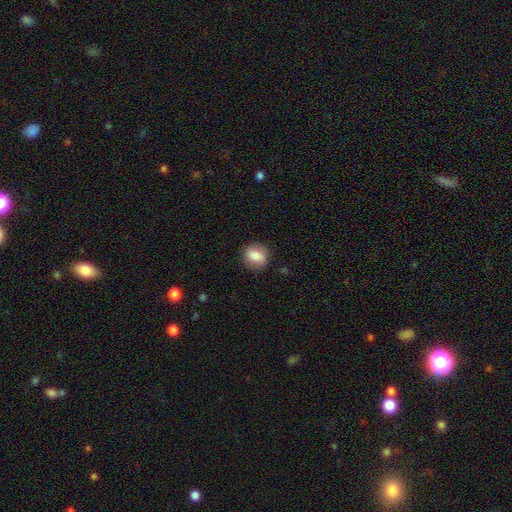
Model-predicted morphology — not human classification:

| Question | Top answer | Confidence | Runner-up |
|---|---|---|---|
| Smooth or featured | smooth | 81% | featured or disk (11%) |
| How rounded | round | 73% | in between (26%) |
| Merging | none | 86% | minor disturbance (10%) |